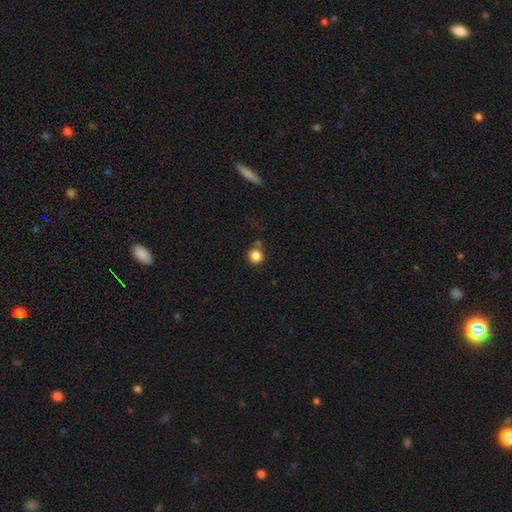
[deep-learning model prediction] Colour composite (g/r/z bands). It shows a smooth galaxy with no disk features (85%) that is round (95%). Merging: none (78%).